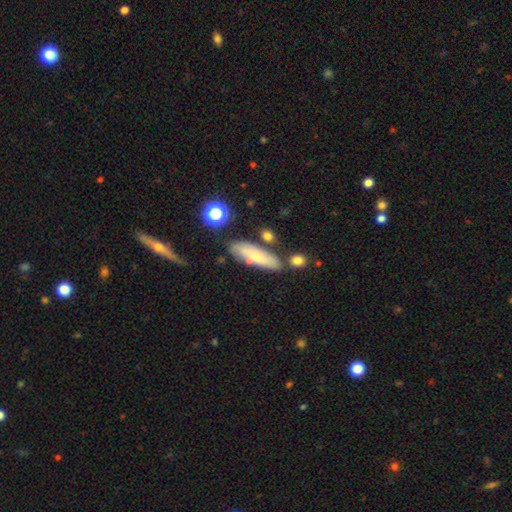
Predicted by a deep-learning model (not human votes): Smooth or featured? Predicted: smooth (p=0.61). How rounded? Predicted: cigar-shaped (p=0.52). Merging? Predicted: none (p=0.70).